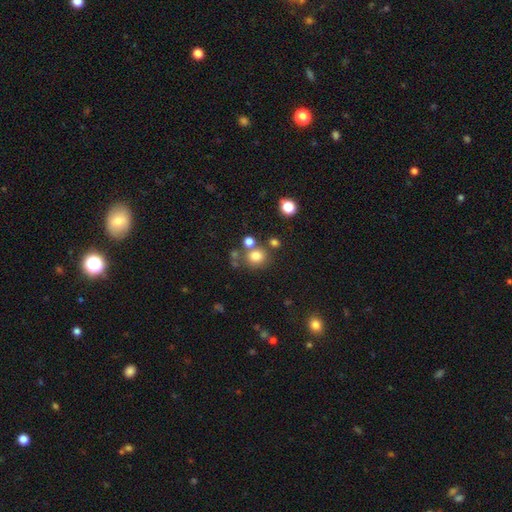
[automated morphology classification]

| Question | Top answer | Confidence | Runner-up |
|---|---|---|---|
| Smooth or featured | smooth | 76% | star or artifact (15%) |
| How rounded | round | 83% | in between (16%) |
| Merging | none | 67% | merger (18%) |